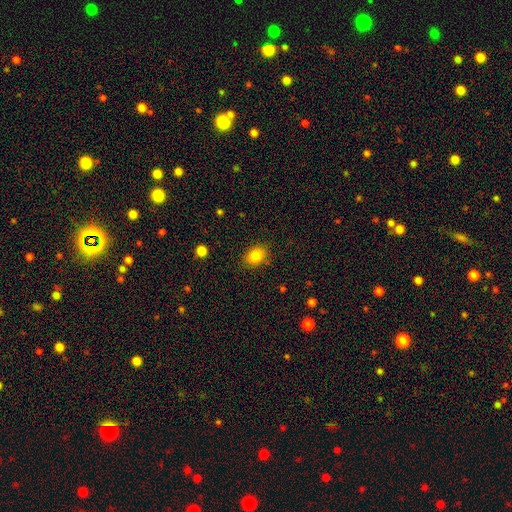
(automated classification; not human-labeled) smooth 84%, star or artifact 10%, featured or disk 6%. Down the decision tree: how rounded — in between (69%); merging — none (86%).